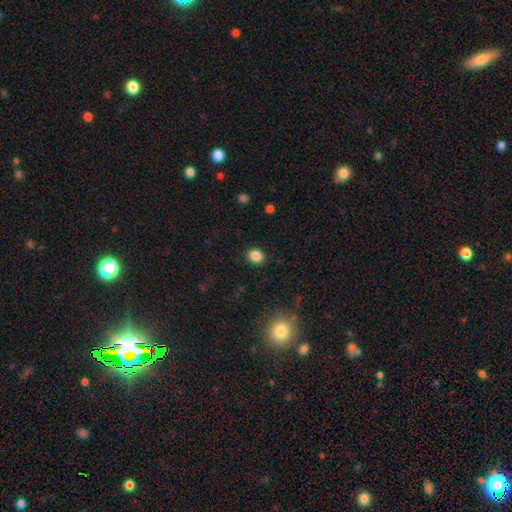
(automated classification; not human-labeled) The model was most divided on "how rounded": round: 71%, in between: 28%, cigar-shaped: 1%. More confident: merging — none (90%); smooth or featured — smooth (86%).